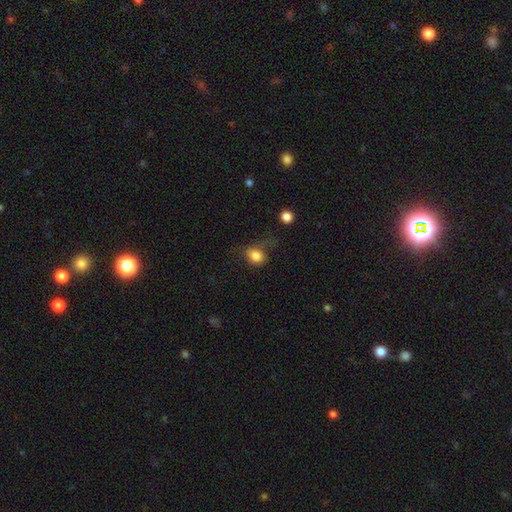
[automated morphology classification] smooth_or_featured: smooth (p=0.82) [alt: star or artifact p=0.10]
how_rounded: round (p=0.53) [alt: in between p=0.46]
merging: none (p=0.47) [alt: minor disturbance p=0.28]